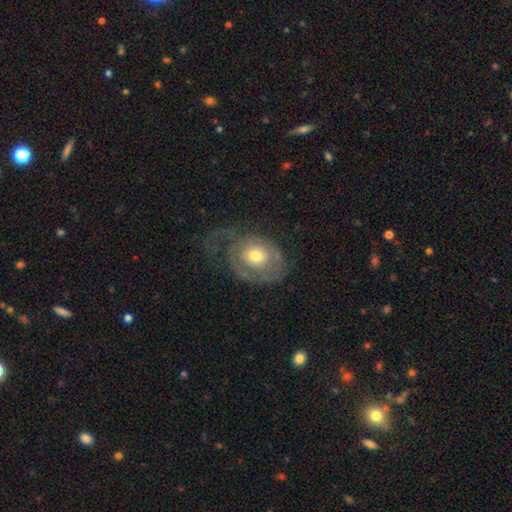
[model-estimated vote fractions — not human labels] Overall: featured or disk (57%; smooth 36%). Edge-on disk: no (95%). Bar: no (83%). Spiral arms: yes (63%; no 37%). Bulge size: moderate (66%). Merging: none (37%, tied with major disturbance).